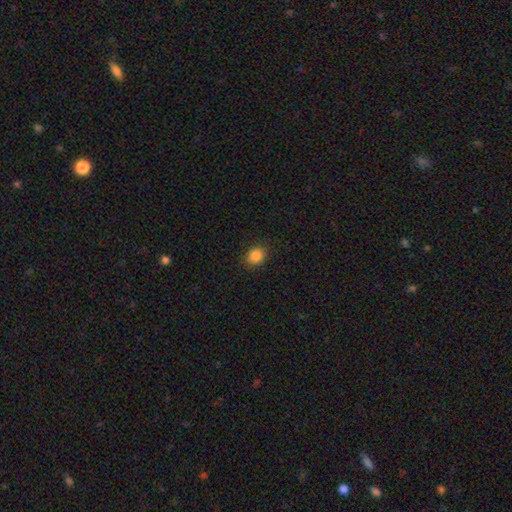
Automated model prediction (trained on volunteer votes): This appears to be a smooth galaxy with no disk features (86%) that is round (74%). Merging: none (89%).